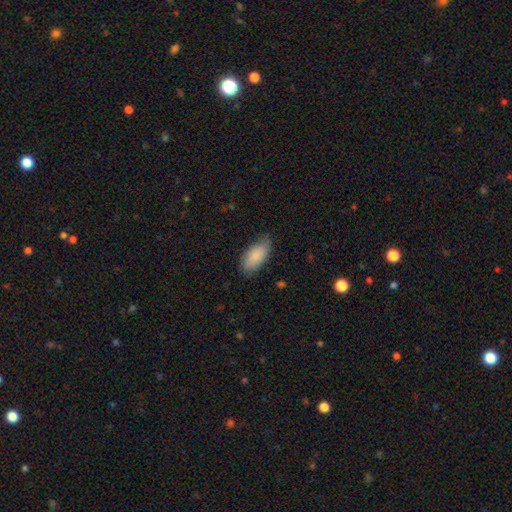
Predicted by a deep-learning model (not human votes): Smooth or featured? smooth (83%)
How rounded? in between (93%)
Merging? none (70%)